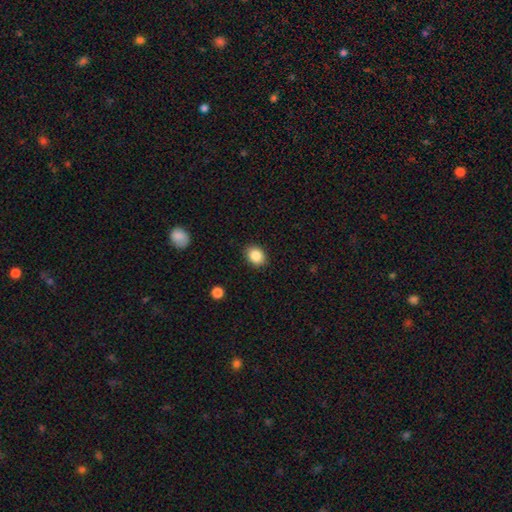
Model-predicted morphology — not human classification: Smooth or featured?
  - smooth: 87% *
  - star or artifact: 9%
  - featured or disk: 5%
How rounded?
  - in between: 55% *
  - round: 44%
  - cigar-shaped: 1%
Merging?
  - none: 88% *
  - minor disturbance: 9%
  - major disturbance: 2%
  - merger: 1%